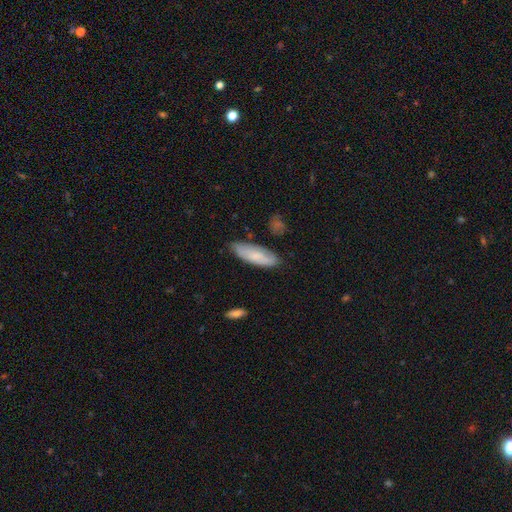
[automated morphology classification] Smooth or featured: smooth — 70% (featured or disk — 24%)
How rounded: in between — 57% (cigar-shaped — 41%)
Merging: none — 73% (minor disturbance — 21%)